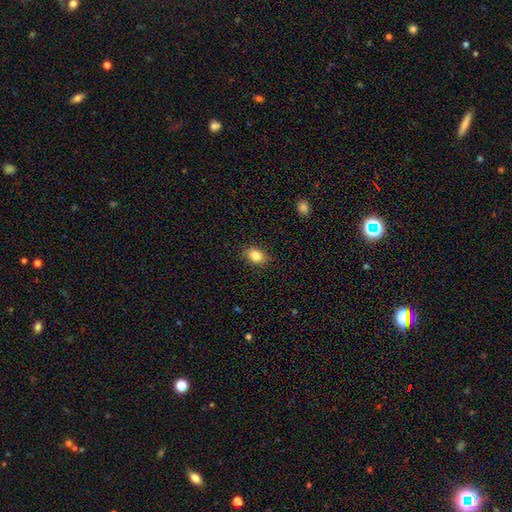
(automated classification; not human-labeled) The model was most divided on "how rounded": in between: 81%, round: 17%, cigar-shaped: 2%. More confident: merging — none (88%); smooth or featured — smooth (84%).